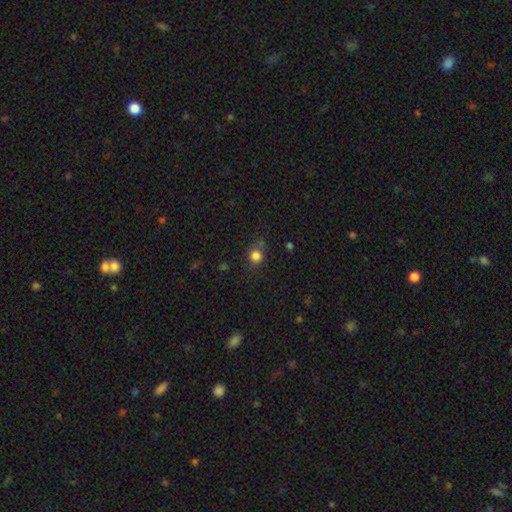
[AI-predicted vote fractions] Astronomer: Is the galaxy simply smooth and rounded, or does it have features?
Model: smooth — 82%.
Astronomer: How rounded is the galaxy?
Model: round — 87%.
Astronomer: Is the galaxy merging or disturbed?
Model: none — 72%.